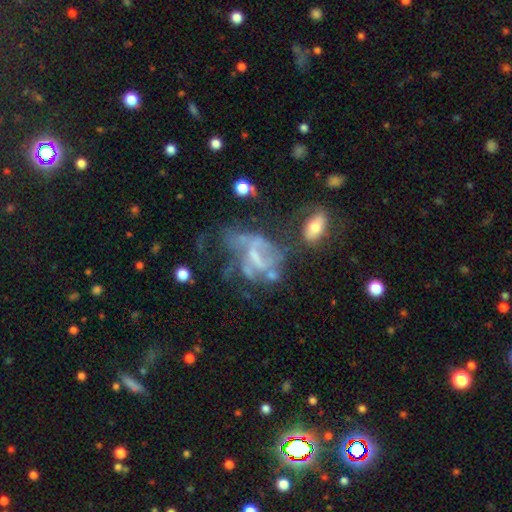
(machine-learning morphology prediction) smooth-or-featured: featured or disk: 64% | smooth: 19% | star or artifact: 17%
  disk-edge-on: no: 95% | yes: 5%
    bar: no: 52% | weak: 31% | strong: 17%
    has-spiral-arms: no: 68% | yes: 32%
    bulge-size: none: 45% | small: 28% | moderate: 22% | large: 4% | dominant: 1%
  merging: major disturbance: 40% | none: 24% | merger: 21% | minor disturbance: 15%